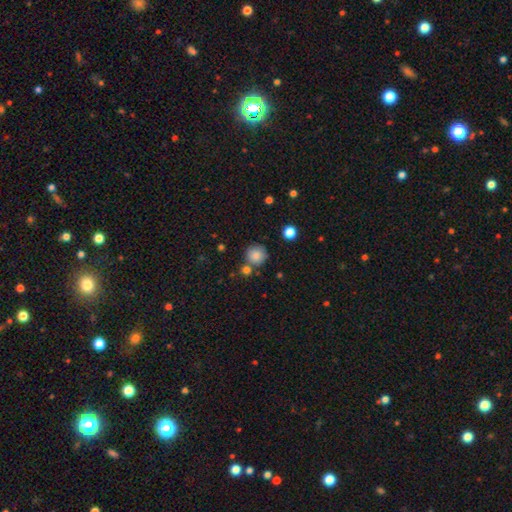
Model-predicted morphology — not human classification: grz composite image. It shows a smooth galaxy with no disk features (84%) that is round (92%). Merging: none (72%).